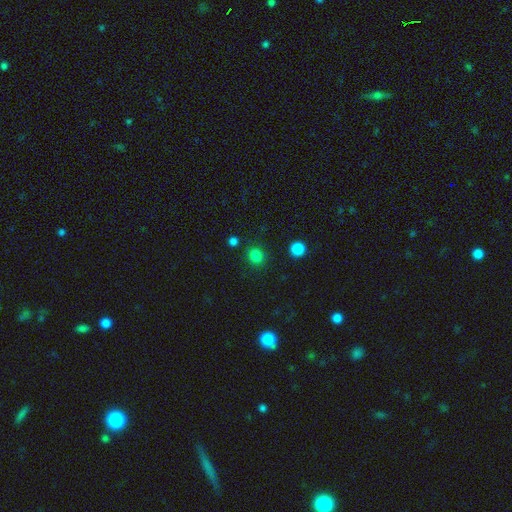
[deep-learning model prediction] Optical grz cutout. It shows a smooth galaxy with no disk features (81%) that is round (83%). Merging: none (87%).